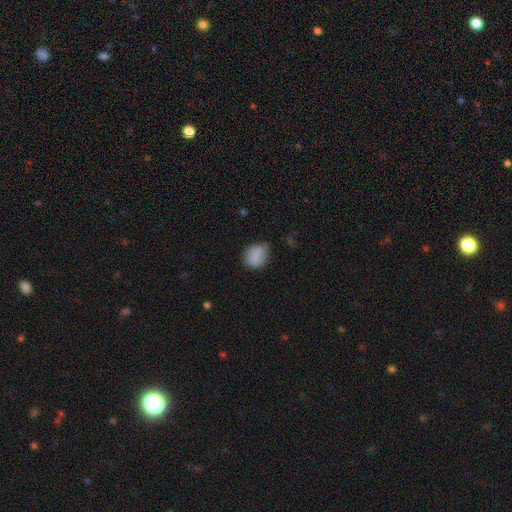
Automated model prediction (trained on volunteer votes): A smooth galaxy with no disk features (83%) that is round (51%).

Vote fractions:
- Smooth or featured? smooth: 83% / star or artifact: 9% / featured or disk: 8%
- How rounded? round: 51% / in between: 48% / cigar-shaped: 1%
- Merging? none: 53% / minor disturbance: 36% / major disturbance: 9% / merger: 2%